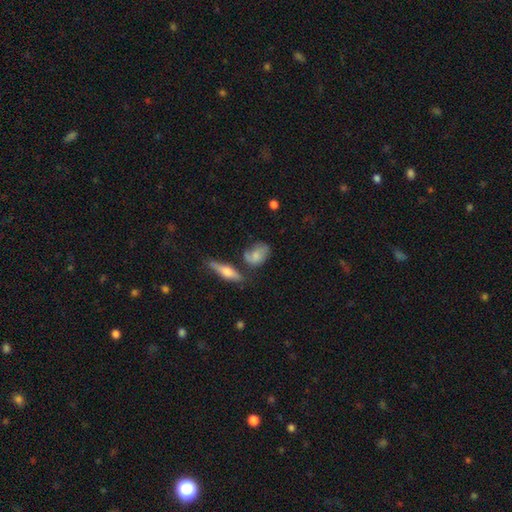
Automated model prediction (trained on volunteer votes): A smooth galaxy with no disk features (62%) that is in between round and cigar-shaped (77%).

Vote fractions:
- Smooth or featured? smooth: 62% / featured or disk: 30% / star or artifact: 8%
- How rounded? in between: 77% / round: 19% / cigar-shaped: 5%
- Merging? none: 49% / minor disturbance: 27% / merger: 13% / major disturbance: 10%